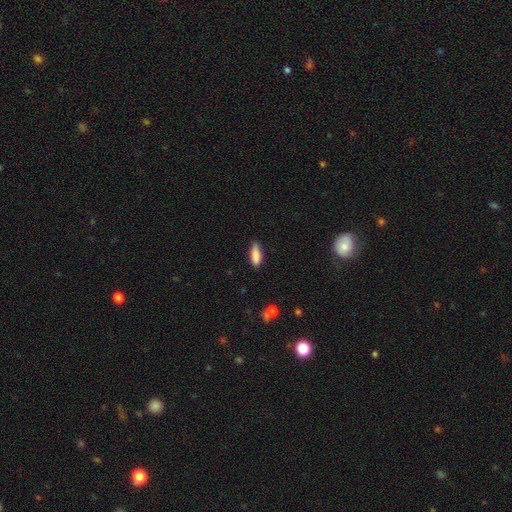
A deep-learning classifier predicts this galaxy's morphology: smooth 86%, featured or disk 7%, star or artifact 7%. Down the decision tree: how rounded — in between (61%); merging — none (80%).